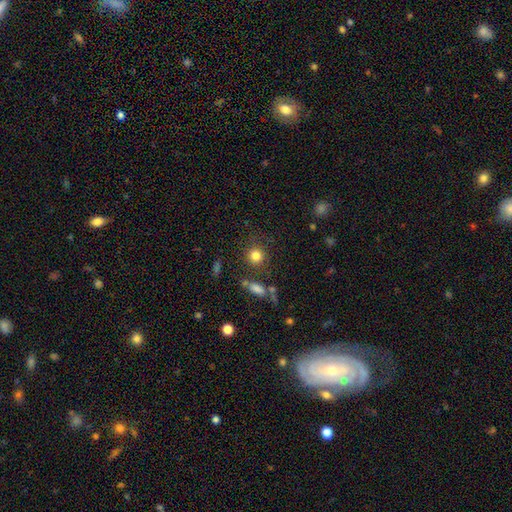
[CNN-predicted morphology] smooth-or-featured: smooth: 81% | star or artifact: 11% | featured or disk: 7%
  how-rounded: round: 88% | in between: 11% | cigar-shaped: 1%
  merging: none: 78% | minor disturbance: 10% | merger: 6% | major disturbance: 5%